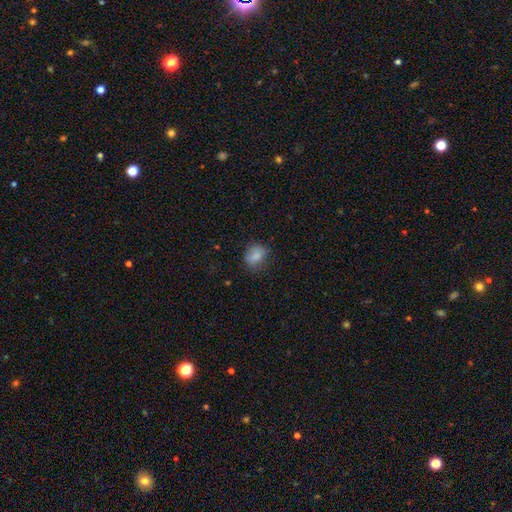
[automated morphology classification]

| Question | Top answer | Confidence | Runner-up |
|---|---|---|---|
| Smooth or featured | smooth | 81% | star or artifact (10%) |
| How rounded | in between | 58% | round (40%) |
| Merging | none | 67% | minor disturbance (23%) |